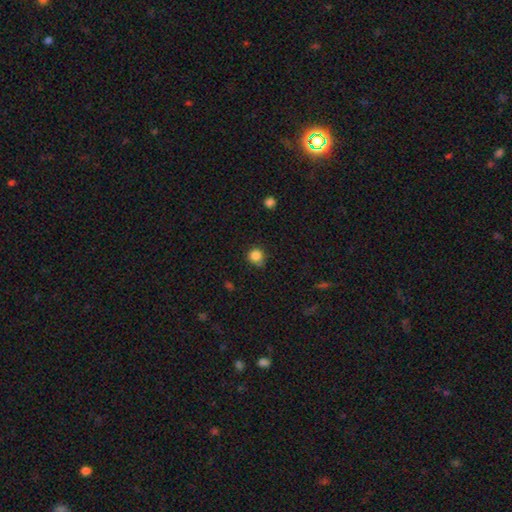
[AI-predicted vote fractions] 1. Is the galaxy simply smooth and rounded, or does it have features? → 85% smooth, 11% star or artifact, 4% featured or disk.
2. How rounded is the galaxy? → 88% round, 11% in between, 1% cigar-shaped.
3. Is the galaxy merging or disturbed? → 73% none, 21% minor disturbance, 4% major disturbance, 2% merger.